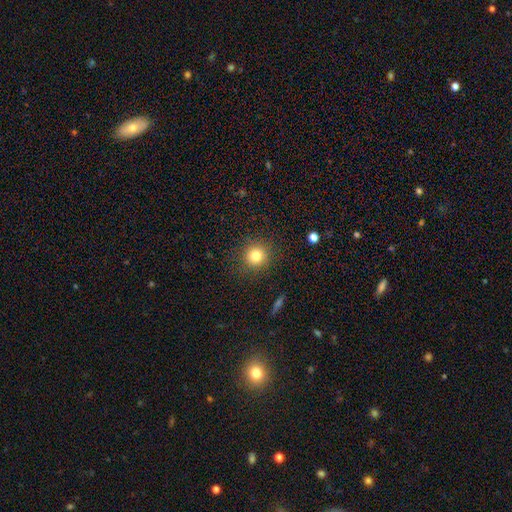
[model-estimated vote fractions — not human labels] The model was most divided on "smooth or featured": smooth: 80%, star or artifact: 13%, featured or disk: 7%. More confident: how rounded — round (93%); merging — none (89%).